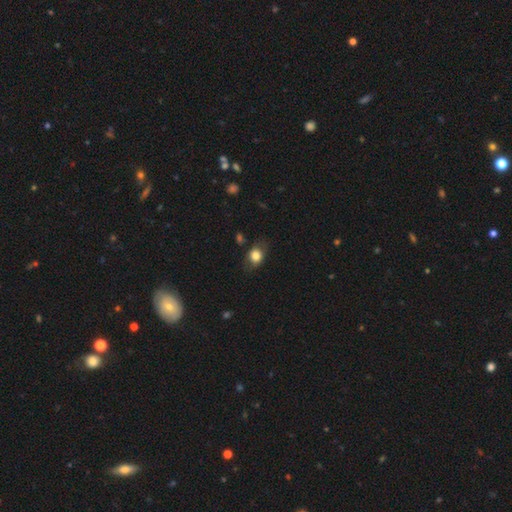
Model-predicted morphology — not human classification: Smooth or featured? smooth (77%)
How rounded? in between (60%)
Merging? none (72%)